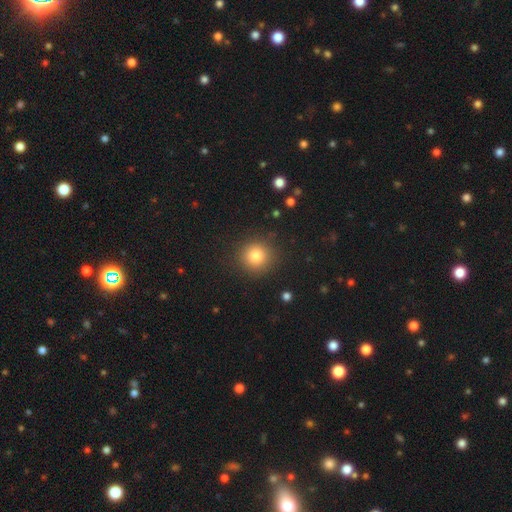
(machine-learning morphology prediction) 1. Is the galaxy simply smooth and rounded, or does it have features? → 81% smooth, 11% star or artifact, 7% featured or disk.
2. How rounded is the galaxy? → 92% round, 7% in between, 1% cigar-shaped.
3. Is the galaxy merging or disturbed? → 89% none, 7% minor disturbance, 3% major disturbance, 1% merger.